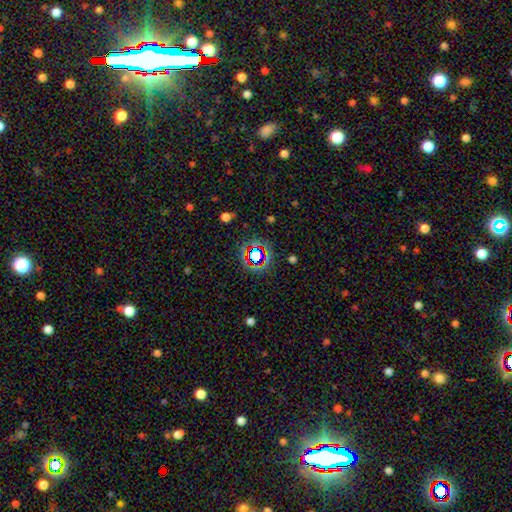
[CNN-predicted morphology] smooth_or_featured: star or artifact (p=0.58) [alt: smooth p=0.29]